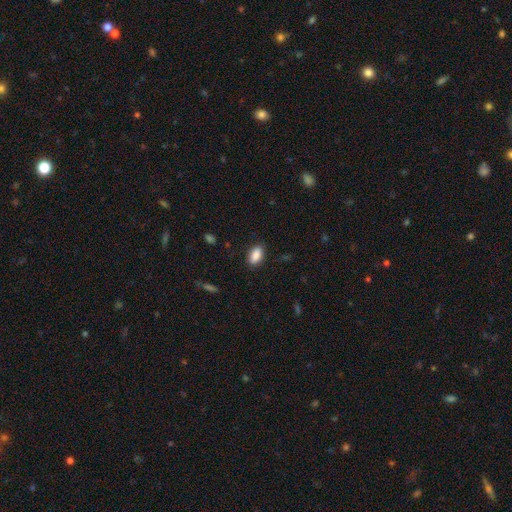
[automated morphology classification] This appears to be a smooth galaxy with no disk features (88%) that is in between round and cigar-shaped (90%). Merging: none (86%).